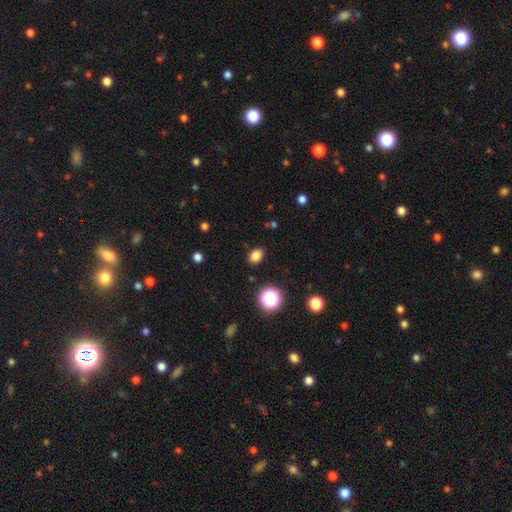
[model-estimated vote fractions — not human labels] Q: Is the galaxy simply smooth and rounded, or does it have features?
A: smooth — 82%.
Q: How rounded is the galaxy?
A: in between — 63%.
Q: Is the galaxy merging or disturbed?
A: none — 88%.